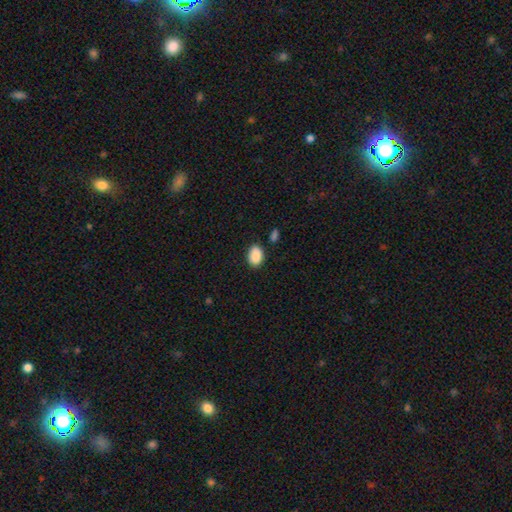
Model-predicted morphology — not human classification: Overall: smooth (90%). How rounded: in between (82%). Merging: none (82%).